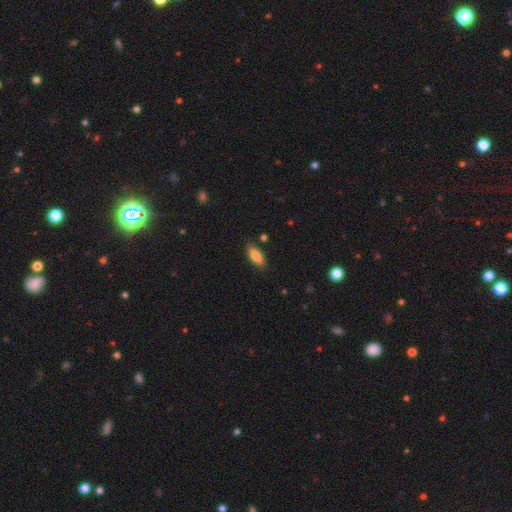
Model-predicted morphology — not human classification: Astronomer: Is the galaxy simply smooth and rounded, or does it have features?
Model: smooth — 81%.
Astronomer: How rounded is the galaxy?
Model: in between — 76%.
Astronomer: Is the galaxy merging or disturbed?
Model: none — 82%.